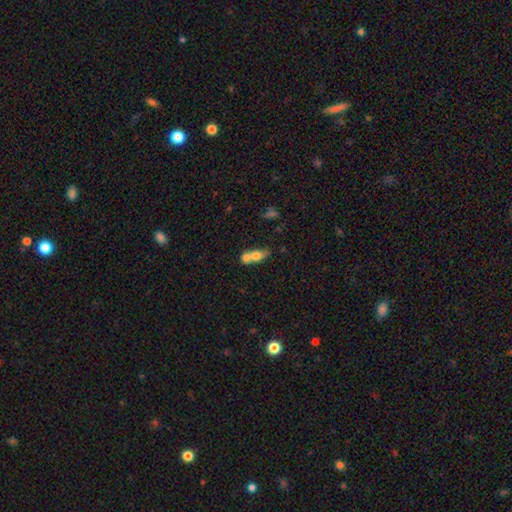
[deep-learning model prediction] This is likely a smooth galaxy (66%). How rounded: possibly in between (59%). Merging: likely merger (69%).